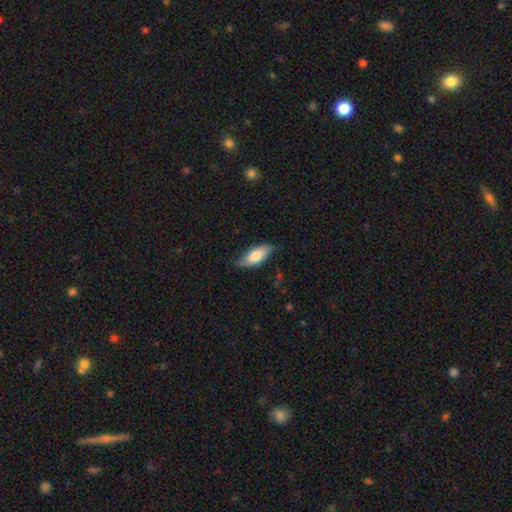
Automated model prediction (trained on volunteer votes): This is likely a smooth galaxy (72%). How rounded: clearly in between (81%). Merging: likely none (72%).